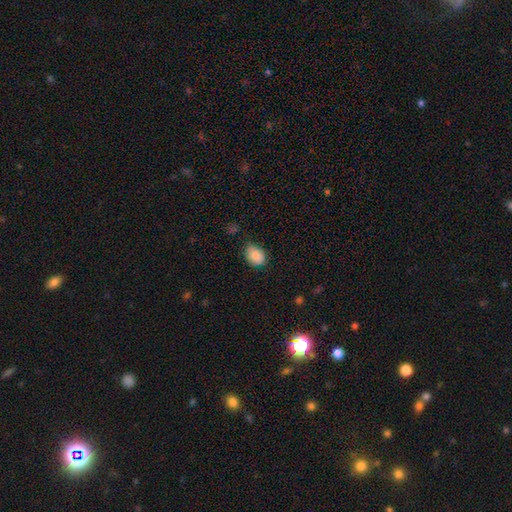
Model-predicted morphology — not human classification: smooth 84%, star or artifact 8%, featured or disk 8%. Down the decision tree: how rounded — in between (68%); merging — none (71%).